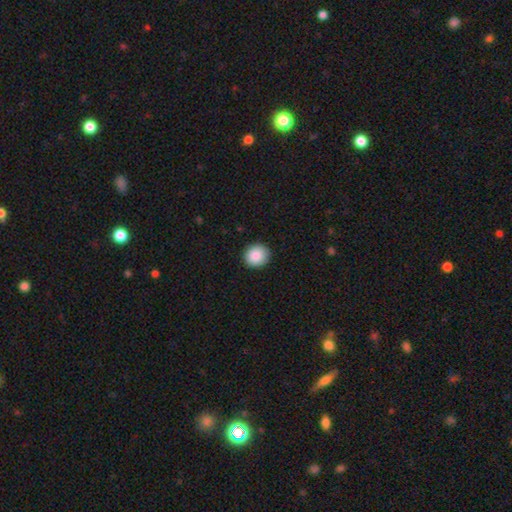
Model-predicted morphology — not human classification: smooth 88%, star or artifact 8%, featured or disk 4%. Down the decision tree: how rounded — round (86%); merging — none (91%).